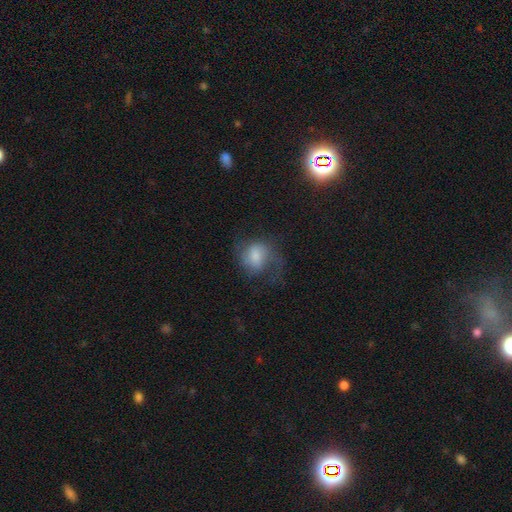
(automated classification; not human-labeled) Smooth or featured: smooth — 54% (featured or disk — 37%)
How rounded: round — 55% (in between — 43%)
Merging: none — 42% (major disturbance — 33%)